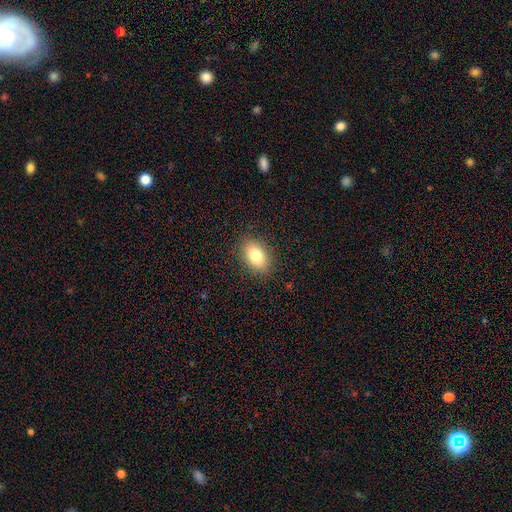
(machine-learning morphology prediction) smooth_or_featured: smooth (p=0.80) [alt: featured or disk p=0.11]
how_rounded: in between (p=0.83) [alt: round p=0.15]
merging: none (p=0.88) [alt: minor disturbance p=0.09]